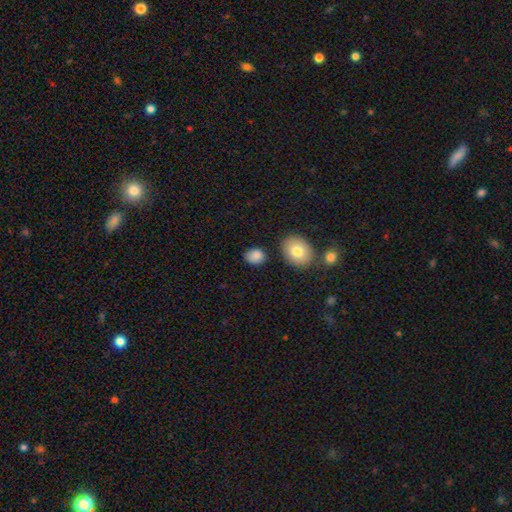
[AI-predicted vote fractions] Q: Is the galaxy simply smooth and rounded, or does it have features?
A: smooth — 86%.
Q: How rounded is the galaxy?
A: in between — 59%.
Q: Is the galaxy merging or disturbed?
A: none — 79%.